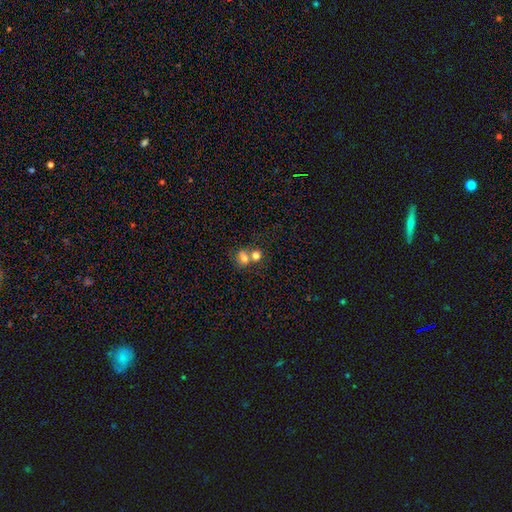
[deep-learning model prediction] This is likely a smooth galaxy (74%). How rounded: likely round (62%). Merging: possibly merger (57%).